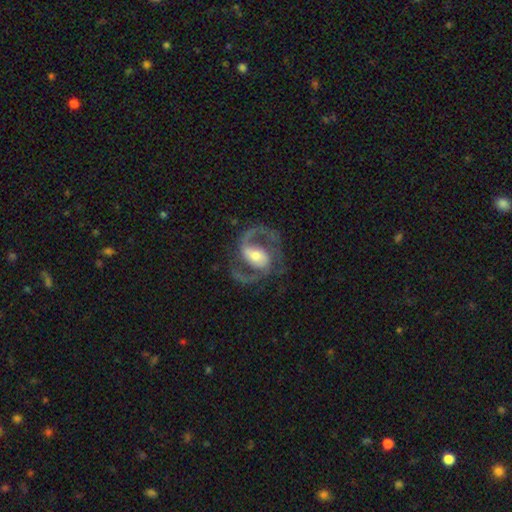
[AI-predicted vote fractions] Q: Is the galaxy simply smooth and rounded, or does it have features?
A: featured or disk — 91%.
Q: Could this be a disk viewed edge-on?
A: no — 98%.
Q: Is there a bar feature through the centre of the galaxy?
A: weak — 41%.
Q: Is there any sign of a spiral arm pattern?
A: yes — 98%.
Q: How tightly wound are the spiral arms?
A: medium — 63%.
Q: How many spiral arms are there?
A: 2 — 91%.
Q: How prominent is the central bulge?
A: moderate — 51%.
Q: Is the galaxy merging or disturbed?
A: none — 76%.